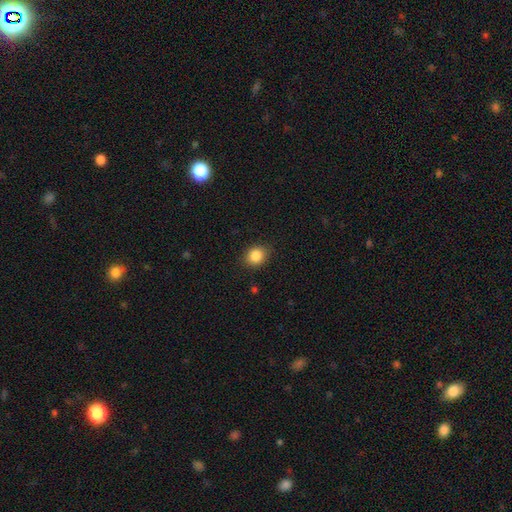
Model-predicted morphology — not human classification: Smooth or featured? smooth (86%)
How rounded? round (64%)
Merging? none (86%)